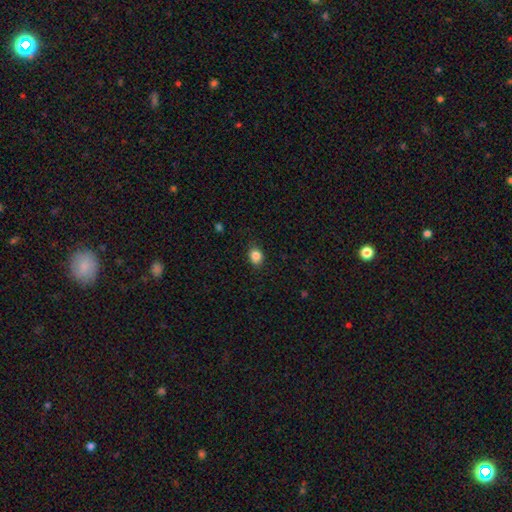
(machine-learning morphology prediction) This appears to be a smooth galaxy with no disk features (85%) that is round (53%). Merging: none (82%).